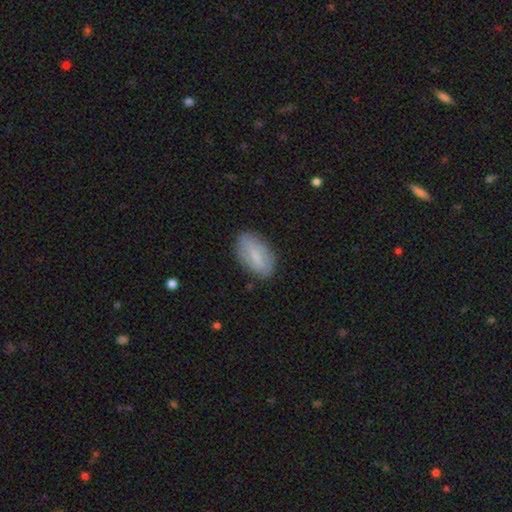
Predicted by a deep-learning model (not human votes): This appears to be a smooth galaxy with no disk features (67%) that is in between round and cigar-shaped (92%). Merging: none (81%).